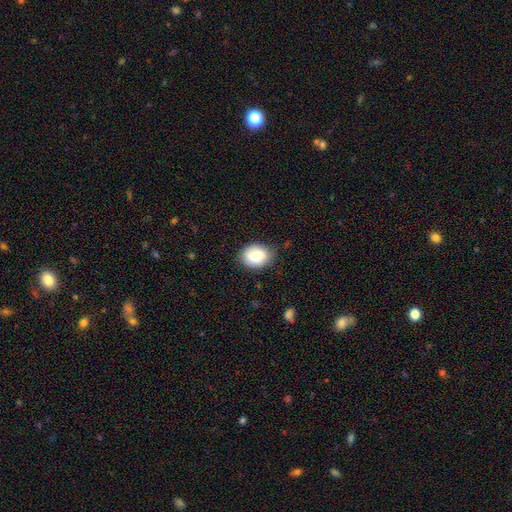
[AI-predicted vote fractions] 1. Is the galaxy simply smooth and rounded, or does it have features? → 78% smooth, 14% featured or disk, 8% star or artifact.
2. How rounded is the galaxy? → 52% in between, 47% round, 1% cigar-shaped.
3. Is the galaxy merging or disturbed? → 79% none, 17% minor disturbance, 3% major disturbance, 1% merger.